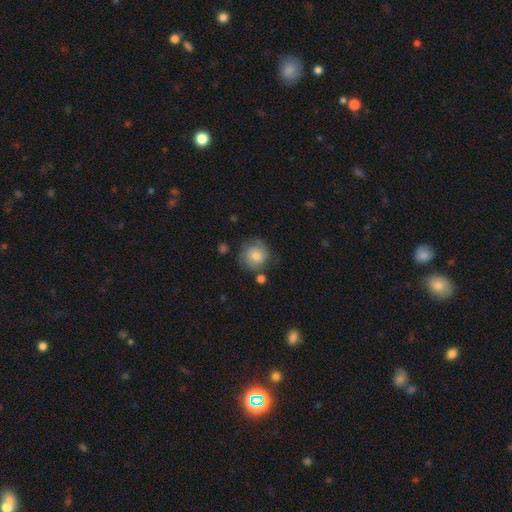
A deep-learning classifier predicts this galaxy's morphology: A smooth galaxy with no disk features (63%) that is round (89%).

Vote fractions:
- Smooth or featured? smooth: 63% / featured or disk: 29% / star or artifact: 8%
- How rounded? round: 89% / in between: 10% / cigar-shaped: 1%
- Merging? none: 67% / minor disturbance: 20% / major disturbance: 8% / merger: 5%